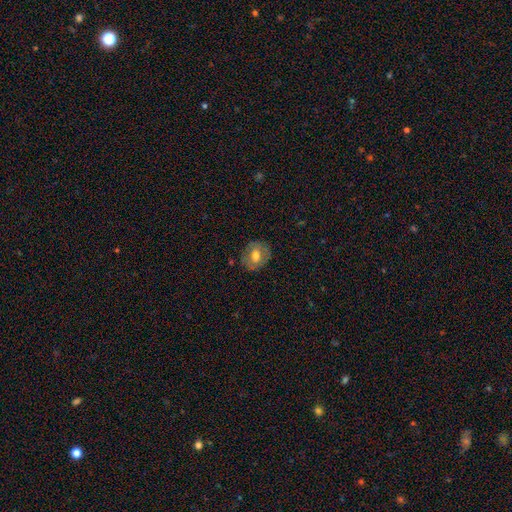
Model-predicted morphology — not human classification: Smooth or featured: smooth — 58% (featured or disk — 34%)
How rounded: round — 68% (in between — 31%)
Merging: none — 82% (minor disturbance — 13%)